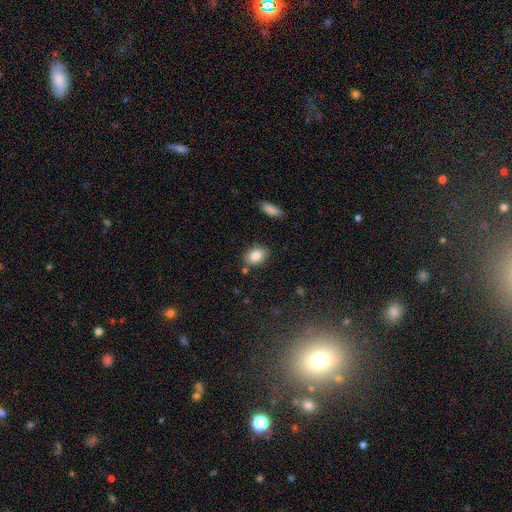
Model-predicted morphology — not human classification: smooth-or-featured: smooth: 84% | featured or disk: 8% | star or artifact: 8%
  how-rounded: in between: 74% | round: 25% | cigar-shaped: 1%
  merging: none: 81% | minor disturbance: 12% | merger: 4% | major disturbance: 3%